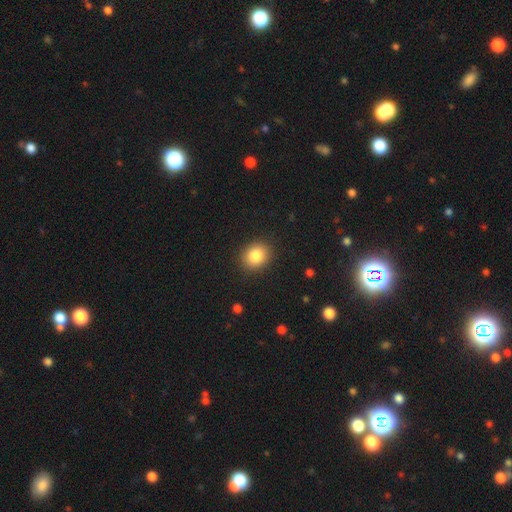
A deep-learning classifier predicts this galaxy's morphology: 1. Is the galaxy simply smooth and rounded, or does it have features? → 84% smooth, 9% star or artifact, 7% featured or disk.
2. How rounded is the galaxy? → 64% round, 35% in between, 1% cigar-shaped.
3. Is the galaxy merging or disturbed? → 89% none, 7% minor disturbance, 2% major disturbance, 1% merger.